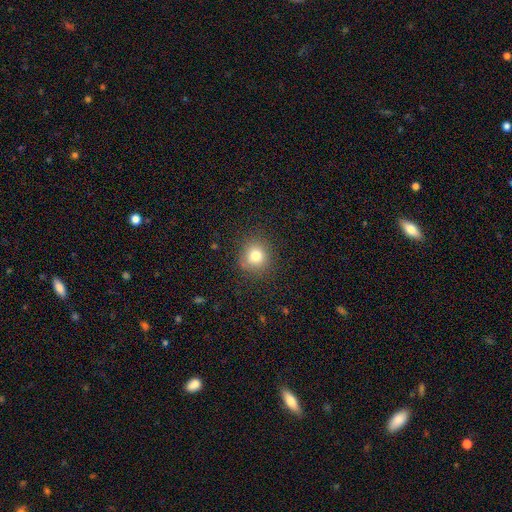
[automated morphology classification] This is likely a smooth galaxy (78%). How rounded: clearly round (89%). Merging: clearly none (84%).